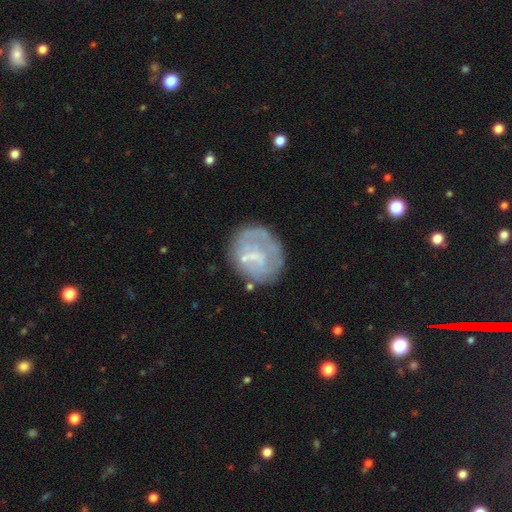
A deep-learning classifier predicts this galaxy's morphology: Smooth or featured? featured or disk (53%)
Edge-on disk? no (97%)
Bar? no (48%)
Spiral arms? no (70%)
Bulge size? none (41%)
Merging? none (60%)